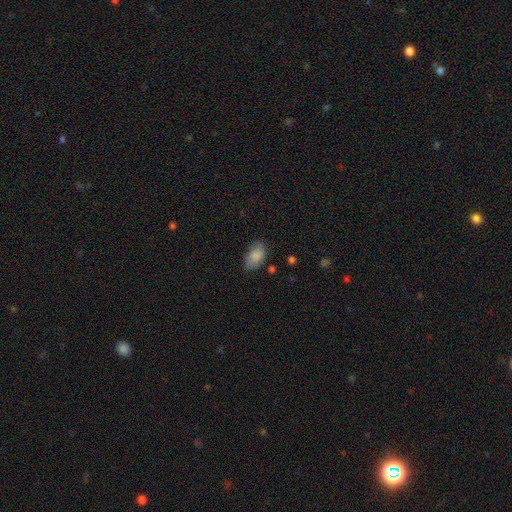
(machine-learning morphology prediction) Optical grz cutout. It shows a smooth galaxy with no disk features (86%) that is in between round and cigar-shaped (92%). Merging: none (71%).